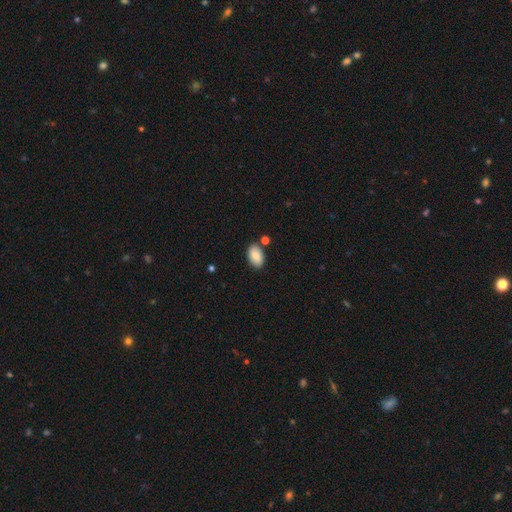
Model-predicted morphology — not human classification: smooth-or-featured: smooth: 85% | featured or disk: 9% | star or artifact: 7%
  how-rounded: in between: 93% | round: 6% | cigar-shaped: 1%
  merging: none: 80% | minor disturbance: 11% | merger: 6% | major disturbance: 2%